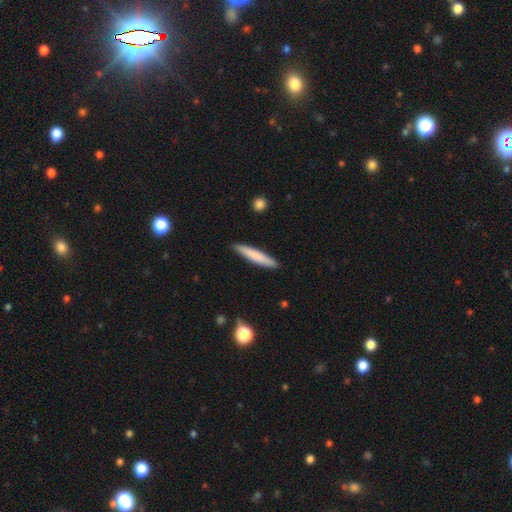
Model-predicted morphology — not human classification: smooth-or-featured: smooth: 77% | featured or disk: 18% | star or artifact: 6%
  how-rounded: cigar-shaped: 92% | in between: 7% | round: 1%
  merging: none: 89% | minor disturbance: 8% | major disturbance: 1% | merger: 1%